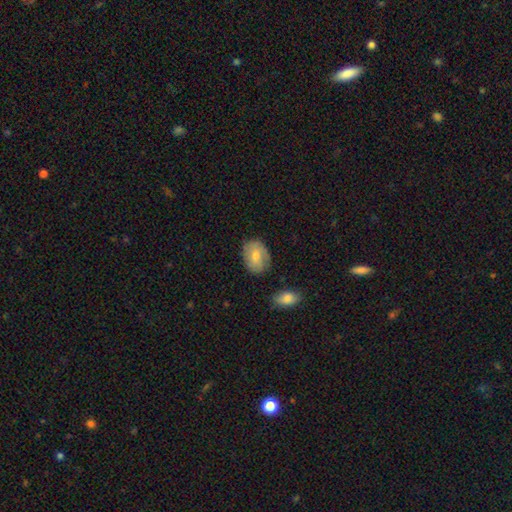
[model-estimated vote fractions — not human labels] smooth 66%, featured or disk 27%, star or artifact 7%. Down the decision tree: how rounded — in between (71%); merging — none (78%).